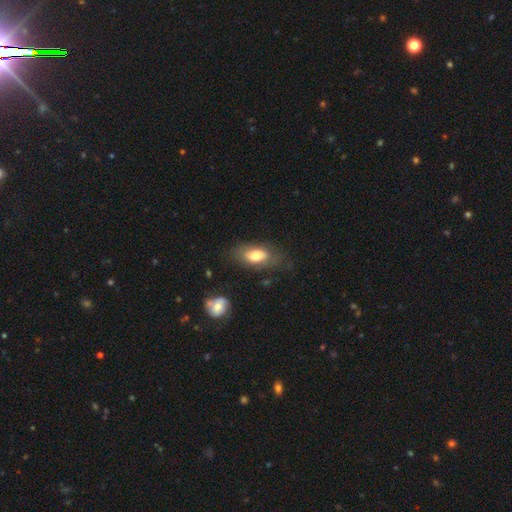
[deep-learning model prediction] A smooth galaxy with no disk features (72%) that is in between round and cigar-shaped (89%). Merging: none (67%).